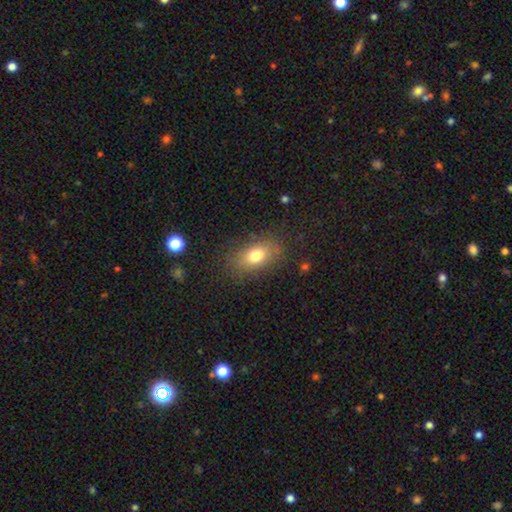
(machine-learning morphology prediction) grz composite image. It shows a smooth galaxy with no disk features (74%) that is in between round and cigar-shaped (82%). Merging: none (80%).